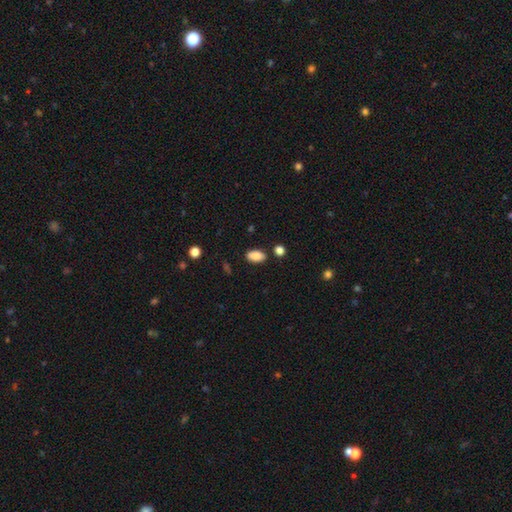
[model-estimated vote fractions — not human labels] The model was most divided on "merging": none: 83%, minor disturbance: 11%, merger: 4%, major disturbance: 2%. More confident: how rounded — in between (92%); smooth or featured — smooth (86%).